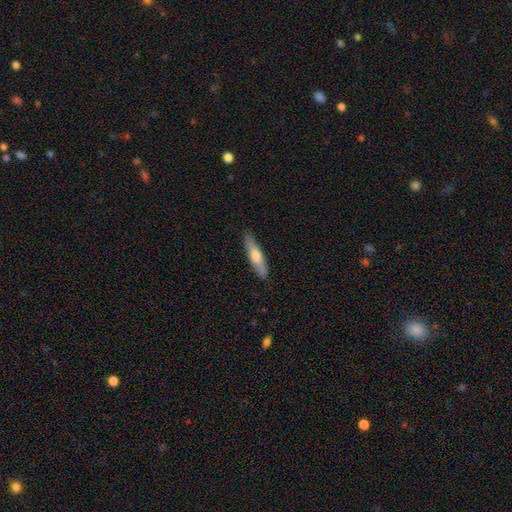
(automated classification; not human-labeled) This is likely a smooth galaxy (61%). How rounded: likely cigar-shaped (76%). Merging: clearly none (86%).